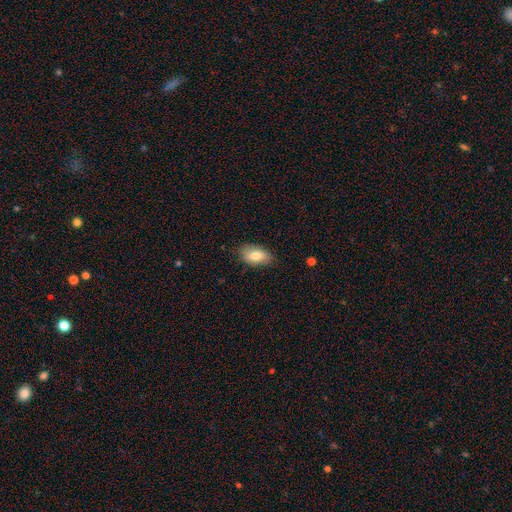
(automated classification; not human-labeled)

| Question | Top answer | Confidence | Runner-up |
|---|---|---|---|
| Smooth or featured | smooth | 78% | featured or disk (15%) |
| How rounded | in between | 92% | round (6%) |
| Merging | none | 82% | minor disturbance (14%) |